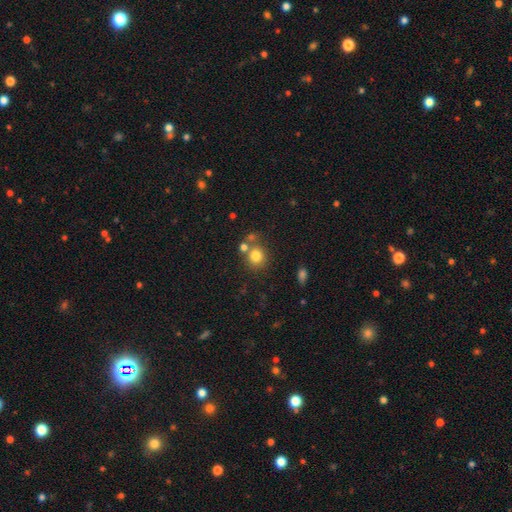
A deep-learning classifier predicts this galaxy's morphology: smooth-or-featured: smooth: 79% | star or artifact: 12% | featured or disk: 9%
  how-rounded: round: 81% | in between: 19% | cigar-shaped: 1%
  merging: none: 62% | merger: 22% | minor disturbance: 11% | major disturbance: 4%